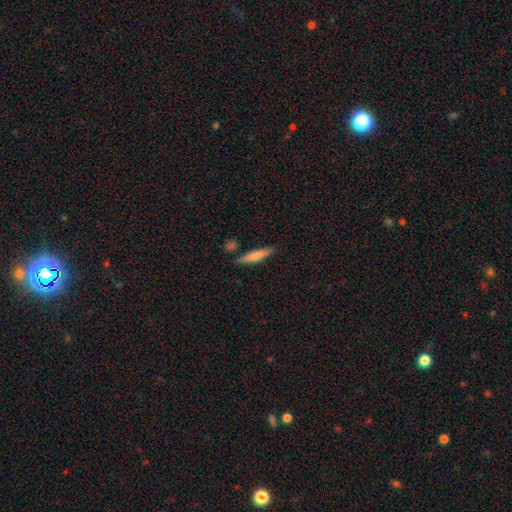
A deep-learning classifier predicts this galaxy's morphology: smooth-or-featured: smooth: 70% | featured or disk: 24% | star or artifact: 6%
  how-rounded: cigar-shaped: 86% | in between: 12% | round: 2%
  merging: none: 82% | minor disturbance: 11% | merger: 4% | major disturbance: 2%